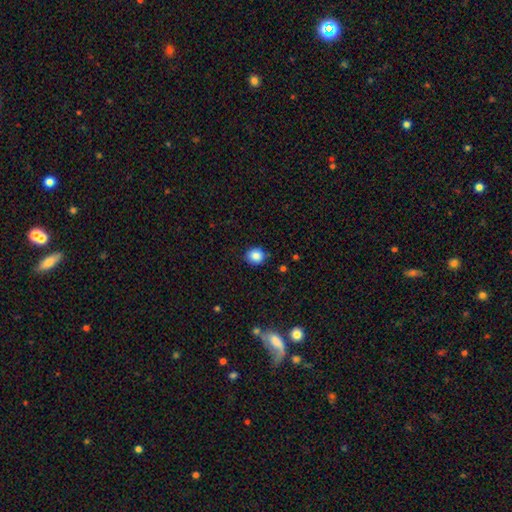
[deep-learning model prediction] Overall: smooth (85%). How rounded: round (86%). Merging: none (86%).